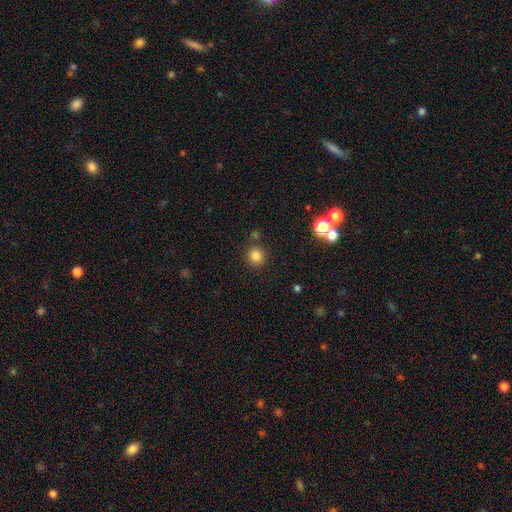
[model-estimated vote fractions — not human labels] A smooth galaxy with no disk features (83%) that is round (93%). Merging: none (84%).